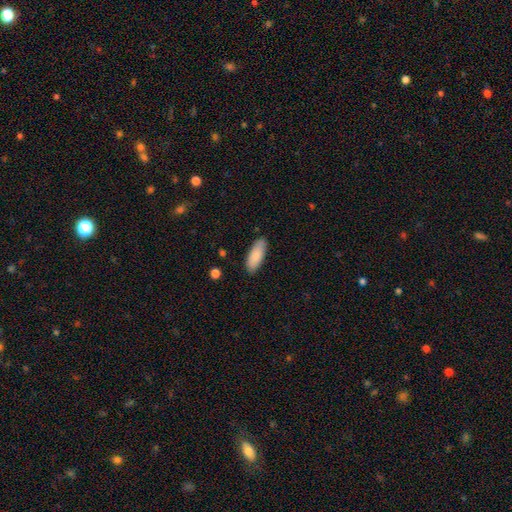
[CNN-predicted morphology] Overall: smooth (87%). How rounded: in between (76%). Merging: none (86%).